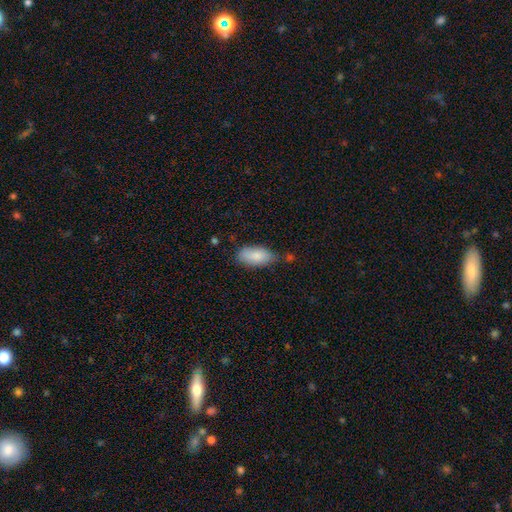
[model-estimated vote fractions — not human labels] This appears to be a smooth galaxy with no disk features (84%) that is in between round and cigar-shaped (91%). Merging: none (62%).